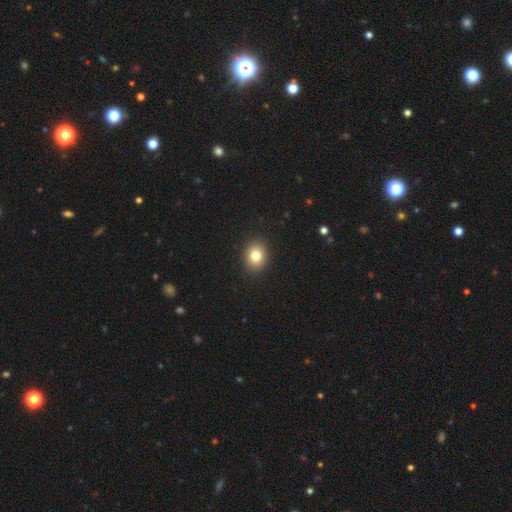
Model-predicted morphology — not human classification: This appears to be a smooth galaxy with no disk features (82%) that is round (60%). Merging: none (91%).